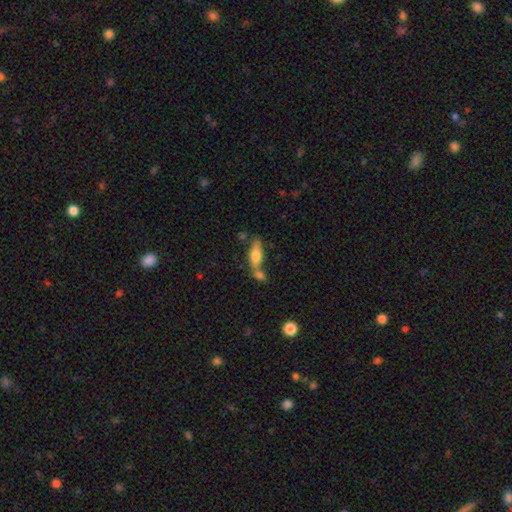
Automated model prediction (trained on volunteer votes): Q: Smooth or featured?
A: smooth (64%); runner-up: featured or disk (28%)
Q: How rounded?
A: in between (60%); runner-up: cigar-shaped (37%)
Q: Merging?
A: none (46%); runner-up: merger (36%)